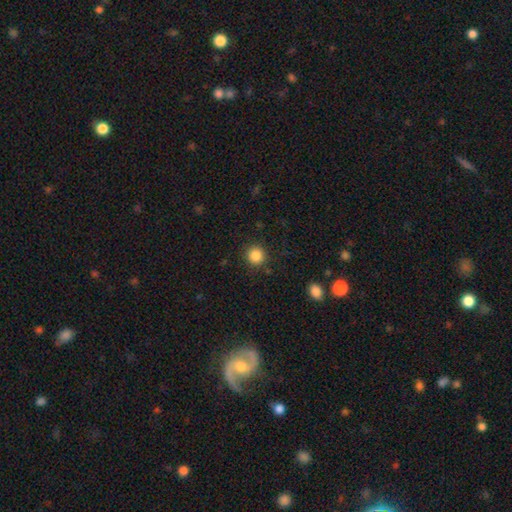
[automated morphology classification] The model was most divided on "smooth or featured": smooth: 86%, star or artifact: 11%, featured or disk: 4%. More confident: how rounded — round (93%); merging — none (89%).